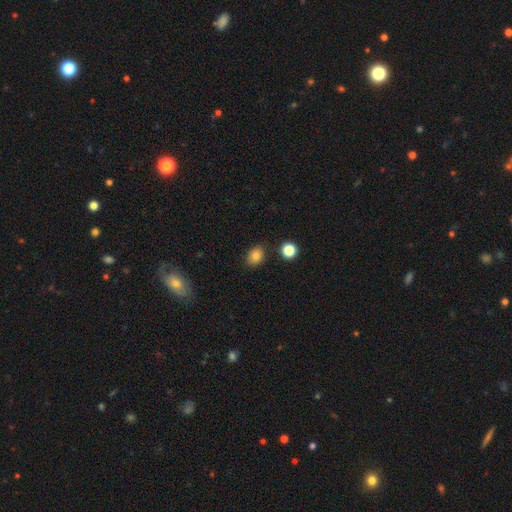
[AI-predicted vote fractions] Smooth or featured? Predicted: smooth (p=0.82). How rounded? Predicted: in between (p=0.54). Merging? Predicted: none (p=0.83).